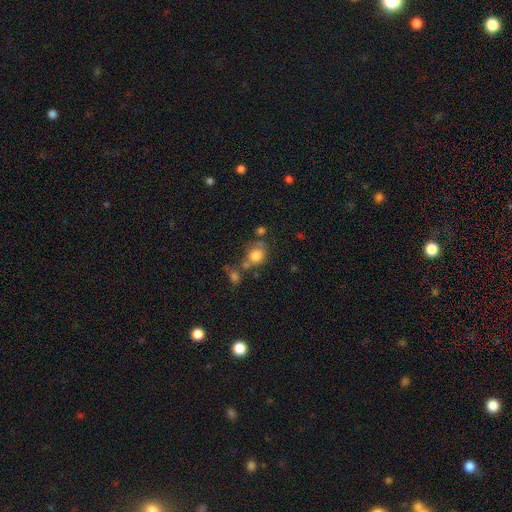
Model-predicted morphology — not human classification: Smooth or featured?
  - smooth: 78% *
  - star or artifact: 11%
  - featured or disk: 11%
How rounded?
  - round: 74% *
  - in between: 25%
  - cigar-shaped: 1%
Merging?
  - none: 52% *
  - merger: 23%
  - minor disturbance: 17%
  - major disturbance: 8%